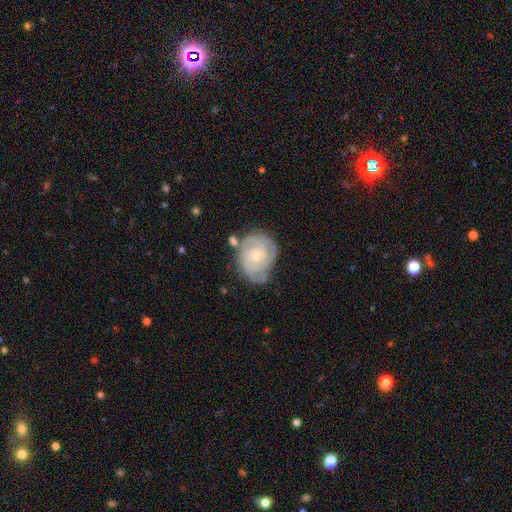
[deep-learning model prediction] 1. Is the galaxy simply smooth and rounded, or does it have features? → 82% featured or disk, 12% smooth, 6% star or artifact.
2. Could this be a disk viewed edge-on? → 98% no, 2% yes.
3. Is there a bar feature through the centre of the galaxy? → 74% no, 22% weak, 4% strong.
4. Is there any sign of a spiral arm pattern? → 95% yes, 5% no.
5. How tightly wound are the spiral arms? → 71% tight, 24% medium, 5% loose.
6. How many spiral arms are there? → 35% 2, 25% can't tell, 23% 3, 8% 4, 4% 1, 4% more than 4.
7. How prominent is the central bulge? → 71% small, 26% moderate, 2% none, 1% large, 1% dominant.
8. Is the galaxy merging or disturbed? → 64% none, 22% minor disturbance, 8% major disturbance, 6% merger.